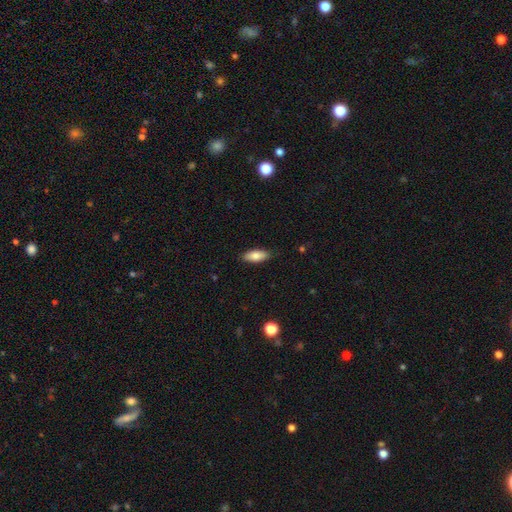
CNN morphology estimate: Smooth or featured? smooth (83%)
How rounded? in between (82%)
Merging? none (86%)